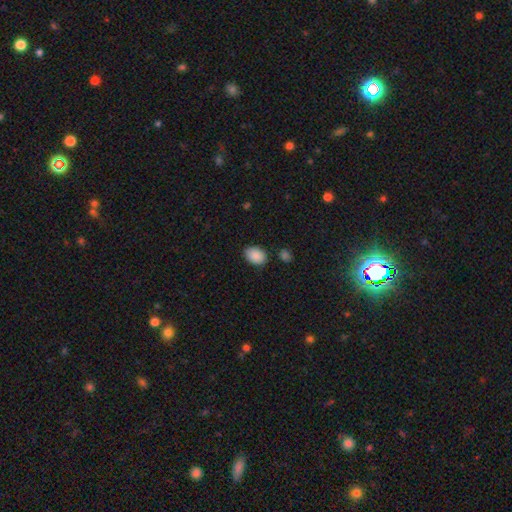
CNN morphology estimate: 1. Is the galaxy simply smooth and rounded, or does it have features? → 89% smooth, 7% star or artifact, 4% featured or disk.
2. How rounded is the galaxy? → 79% in between, 20% round, 1% cigar-shaped.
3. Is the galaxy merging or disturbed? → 82% none, 12% minor disturbance, 4% merger, 3% major disturbance.